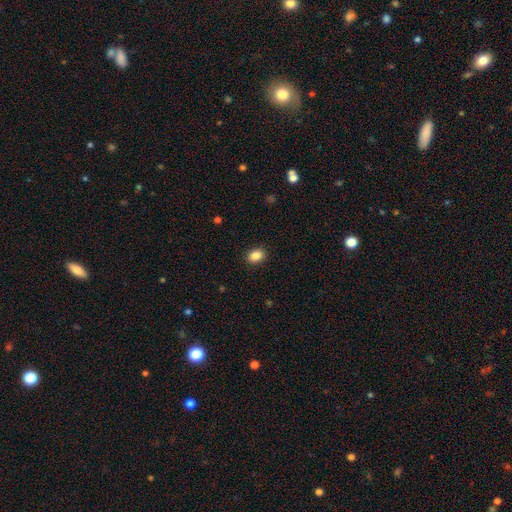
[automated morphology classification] Smooth or featured? Predicted: smooth (p=0.87). How rounded? Predicted: in between (p=0.62). Merging? Predicted: none (p=0.90).